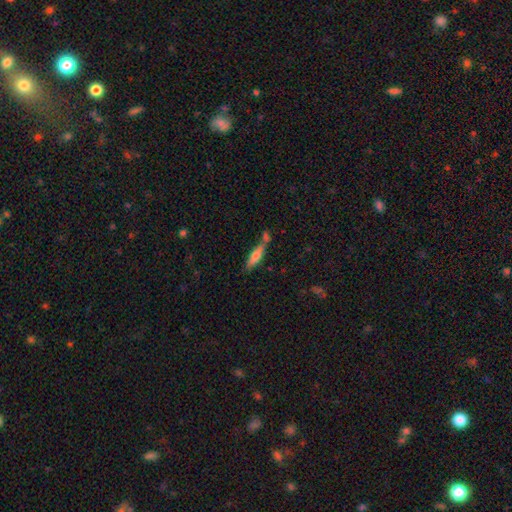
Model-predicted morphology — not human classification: smooth 61%, featured or disk 32%, star or artifact 7%. Down the decision tree: how rounded — cigar-shaped (72%); merging — none (51%).